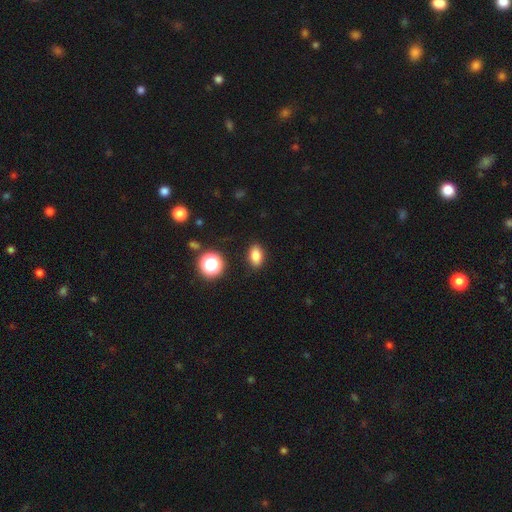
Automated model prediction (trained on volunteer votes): Smooth or featured?
  - smooth: 81% *
  - star or artifact: 12%
  - featured or disk: 7%
How rounded?
  - in between: 84% *
  - round: 13%
  - cigar-shaped: 3%
Merging?
  - none: 88% *
  - minor disturbance: 8%
  - major disturbance: 2%
  - merger: 1%